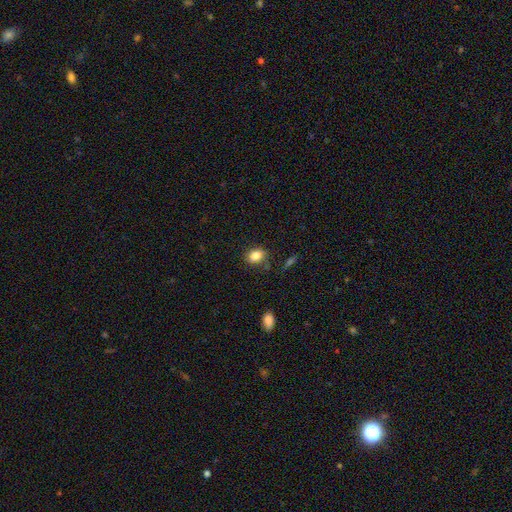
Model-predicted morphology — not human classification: smooth 85%, star or artifact 9%, featured or disk 6%. Down the decision tree: how rounded — in between (69%); merging — none (78%).